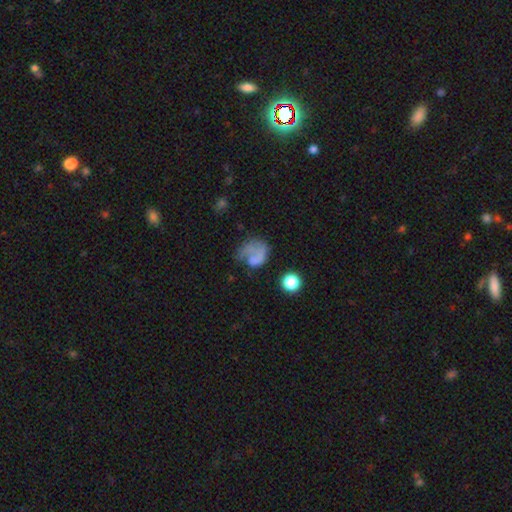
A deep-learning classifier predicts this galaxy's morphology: This appears to be a featured or disk galaxy (45%, tied with smooth). Merging: major disturbance (44%).